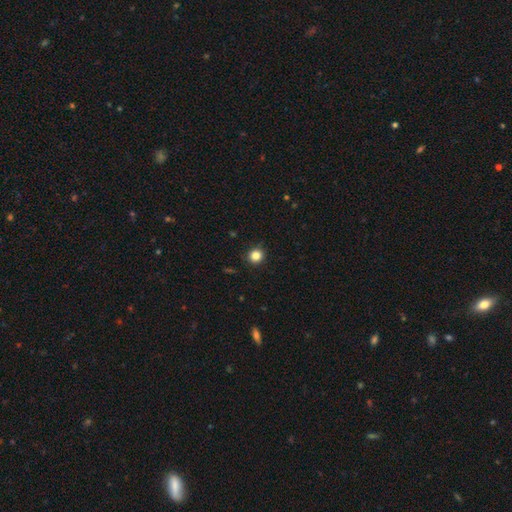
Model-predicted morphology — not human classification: Smooth or featured? smooth (84%)
How rounded? round (90%)
Merging? none (91%)